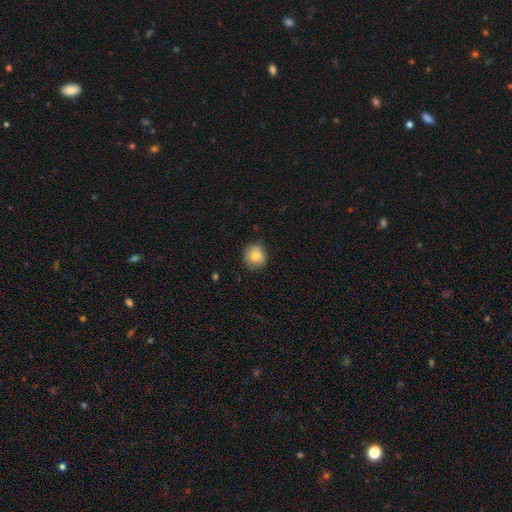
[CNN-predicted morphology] Smooth or featured: smooth — 80% (featured or disk — 11%)
How rounded: round — 89% (in between — 10%)
Merging: none — 79% (minor disturbance — 17%)